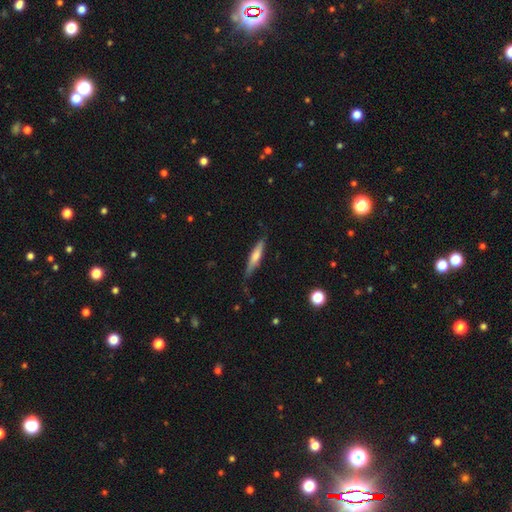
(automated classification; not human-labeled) Overall: smooth (58%; featured or disk 36%). How rounded: cigar-shaped (85%). Merging: none (77%).